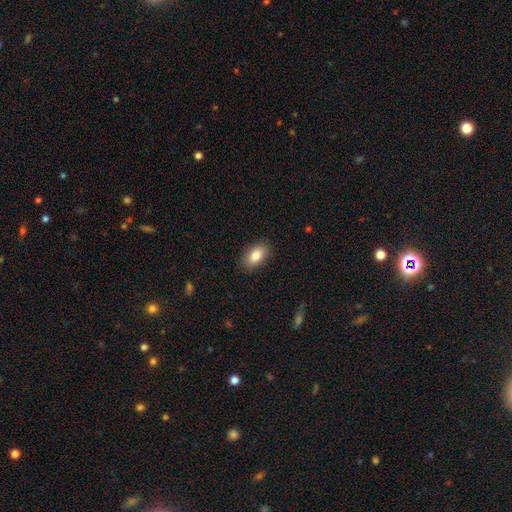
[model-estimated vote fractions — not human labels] Smooth or featured?
  - smooth: 85% *
  - featured or disk: 8%
  - star or artifact: 7%
How rounded?
  - in between: 91% *
  - round: 7%
  - cigar-shaped: 2%
Merging?
  - none: 87% *
  - minor disturbance: 10%
  - major disturbance: 2%
  - merger: 1%